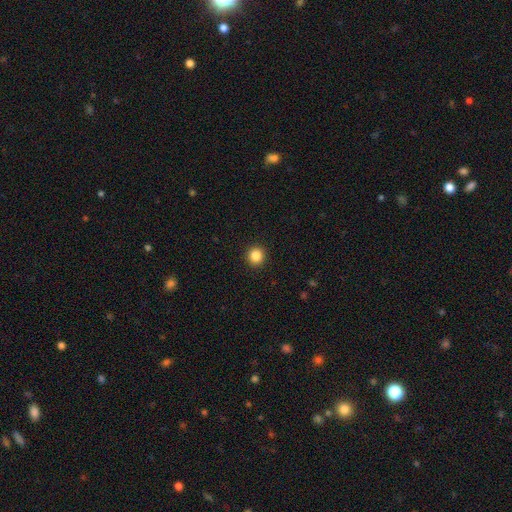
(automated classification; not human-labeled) smooth 85%, star or artifact 11%, featured or disk 4%. Down the decision tree: how rounded — round (93%); merging — none (93%).